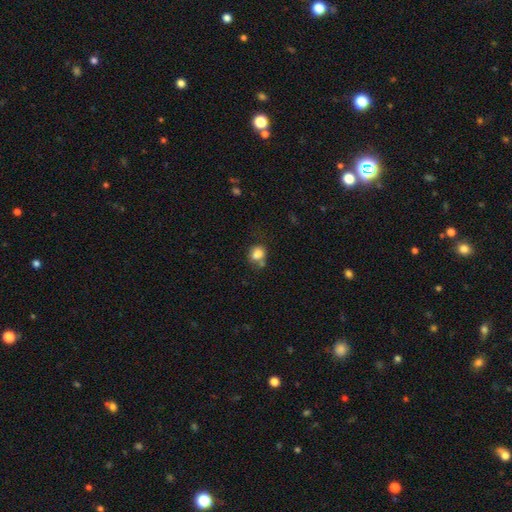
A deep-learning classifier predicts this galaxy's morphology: A smooth galaxy with no disk features (79%) that is round (51%).

Vote fractions:
- Smooth or featured? smooth: 79% / featured or disk: 11% / star or artifact: 10%
- How rounded? round: 51% / in between: 48% / cigar-shaped: 1%
- Merging? none: 44% / merger: 27% / minor disturbance: 20% / major disturbance: 9%